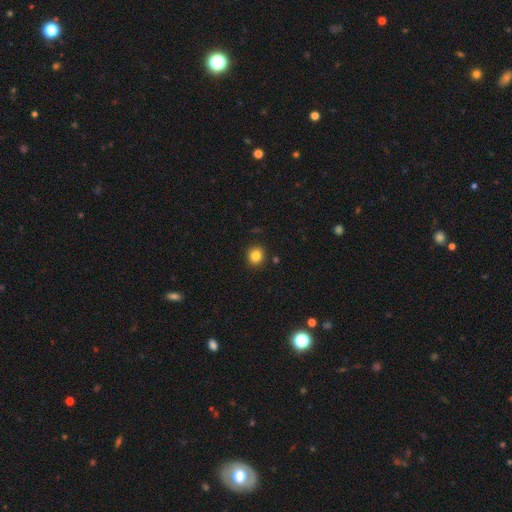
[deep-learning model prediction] Smooth or featured? Predicted: smooth (p=0.84). How rounded? Predicted: round (p=0.86). Merging? Predicted: none (p=0.89).